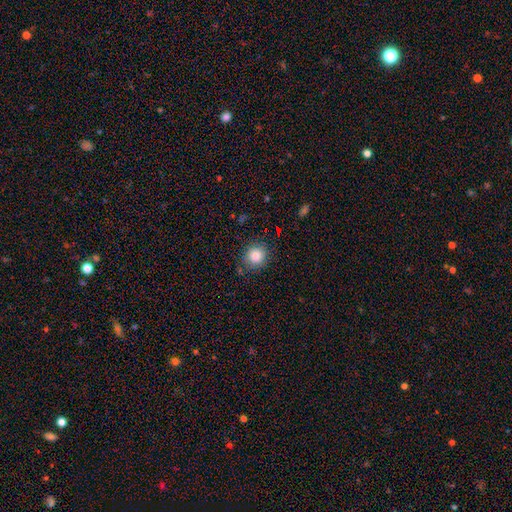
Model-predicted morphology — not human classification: Smooth or featured: smooth — 86% (star or artifact — 10%)
How rounded: round — 86% (in between — 13%)
Merging: none — 84% (minor disturbance — 11%)